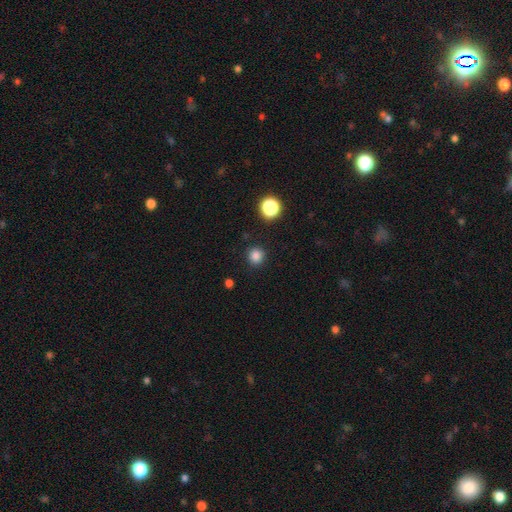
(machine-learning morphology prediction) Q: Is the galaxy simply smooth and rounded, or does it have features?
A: smooth — 84%.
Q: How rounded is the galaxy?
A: round — 91%.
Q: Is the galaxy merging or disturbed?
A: none — 89%.